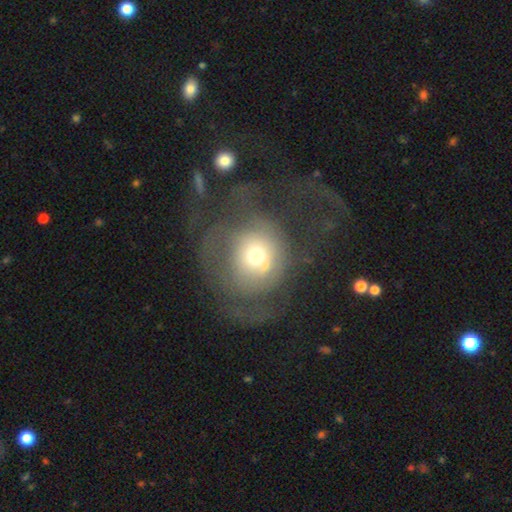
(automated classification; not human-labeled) smooth_or_featured: featured or disk (p=0.48) [alt: smooth p=0.42]
merging: major disturbance (p=0.52) [alt: none p=0.27]